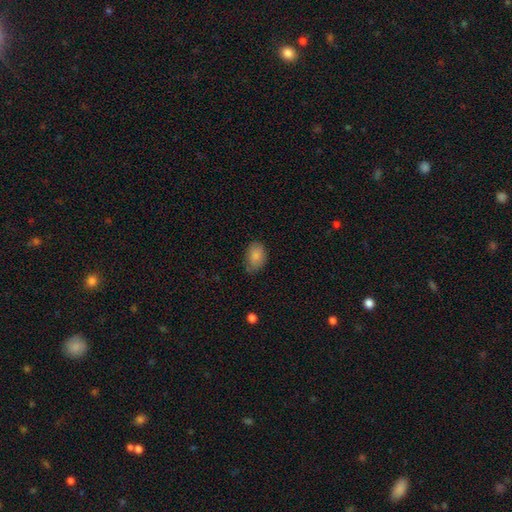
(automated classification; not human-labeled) smooth 85%, star or artifact 7%, featured or disk 7%. Down the decision tree: how rounded — in between (86%); merging — none (69%).